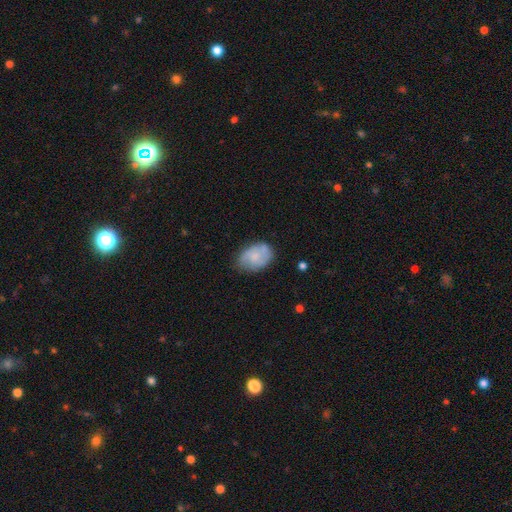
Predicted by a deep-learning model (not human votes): Overall: smooth (59%; featured or disk 34%). How rounded: in between (82%). Merging: none (64%; minor disturbance 26%).